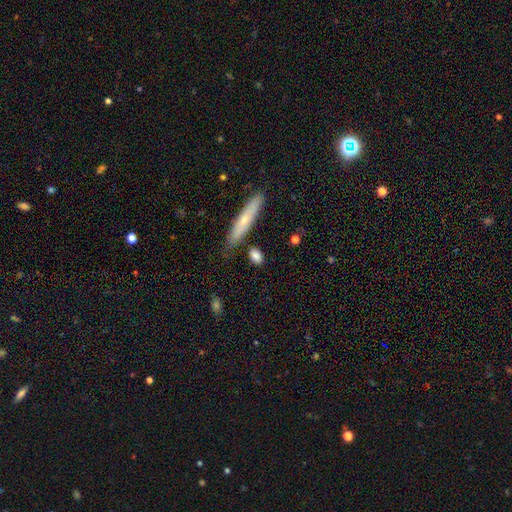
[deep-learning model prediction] This is likely a smooth galaxy (80%). How rounded: likely in between (66%). Merging: likely none (76%).